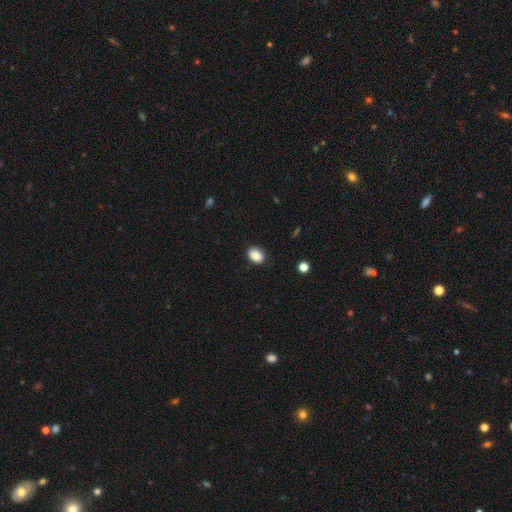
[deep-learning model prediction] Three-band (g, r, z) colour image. It shows a smooth galaxy with no disk features (88%) that is in between round and cigar-shaped (67%). Merging: none (86%).